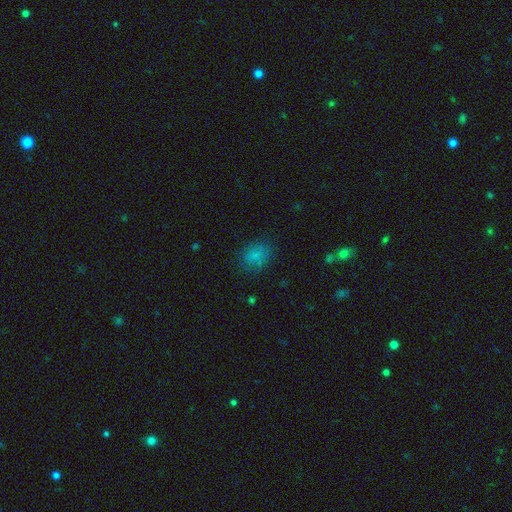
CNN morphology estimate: smooth-or-featured: smooth: 77% | star or artifact: 14% | featured or disk: 9%
  how-rounded: in between: 53% | round: 46% | cigar-shaped: 1%
  merging: none: 73% | minor disturbance: 18% | major disturbance: 7% | merger: 2%